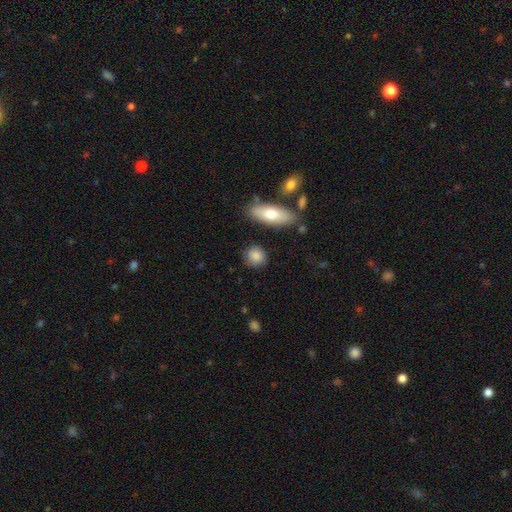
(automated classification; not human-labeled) Smooth or featured? smooth (85%)
How rounded? round (73%)
Merging? none (81%)